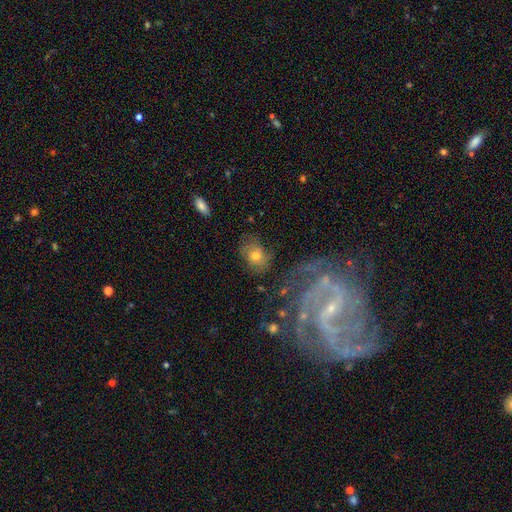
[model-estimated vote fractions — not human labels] A smooth galaxy with no disk features (51%) that is round (54%). Merging: none (60%).